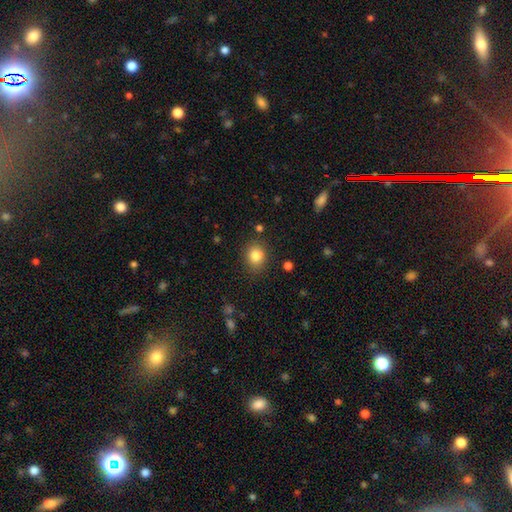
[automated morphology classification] The model was most divided on "how rounded": round: 66%, in between: 33%, cigar-shaped: 1%. More confident: smooth or featured — smooth (83%); merging — none (81%).